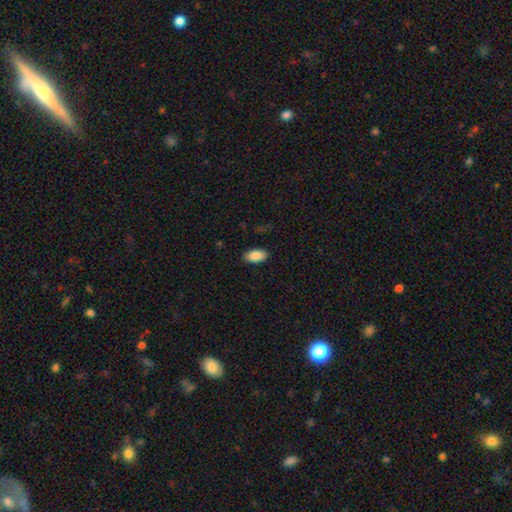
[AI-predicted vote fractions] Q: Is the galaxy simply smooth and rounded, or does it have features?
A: smooth — 87%.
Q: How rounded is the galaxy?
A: in between — 94%.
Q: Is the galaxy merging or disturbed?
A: none — 88%.